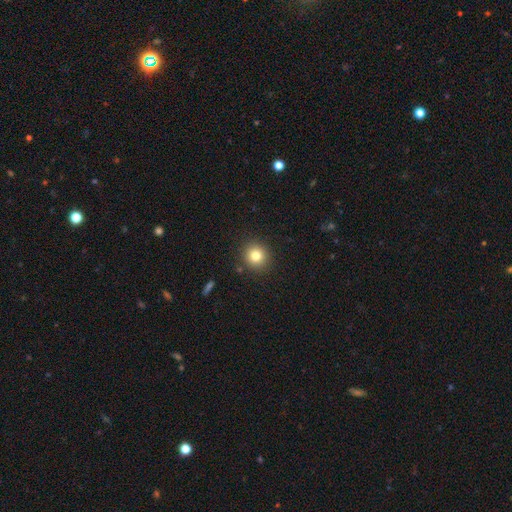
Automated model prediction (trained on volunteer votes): smooth-or-featured: smooth: 80% | star or artifact: 12% | featured or disk: 8%
  how-rounded: round: 91% | in between: 8% | cigar-shaped: 1%
  merging: none: 89% | minor disturbance: 7% | major disturbance: 2% | merger: 2%